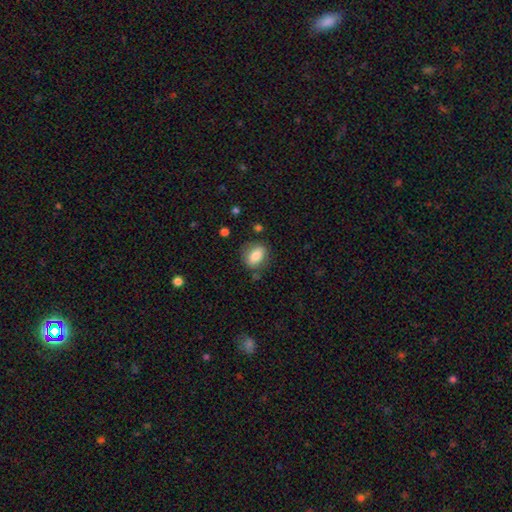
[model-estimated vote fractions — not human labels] Smooth or featured: smooth — 81% (featured or disk — 11%)
How rounded: in between — 74% (round — 23%)
Merging: none — 75% (minor disturbance — 17%)